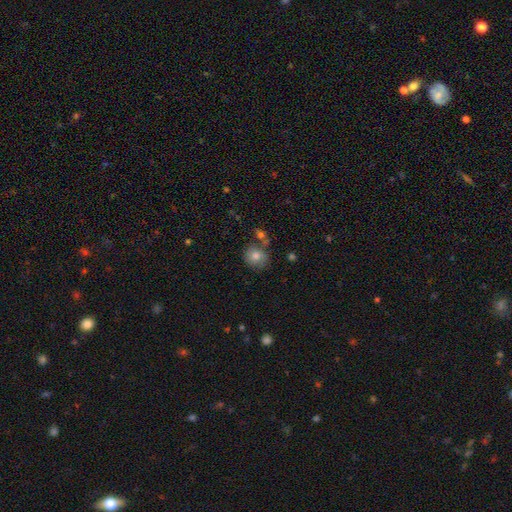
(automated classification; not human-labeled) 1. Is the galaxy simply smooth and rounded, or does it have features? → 78% smooth, 13% featured or disk, 9% star or artifact.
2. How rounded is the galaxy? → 82% round, 17% in between, 1% cigar-shaped.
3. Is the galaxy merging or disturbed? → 66% none, 15% minor disturbance, 14% merger, 5% major disturbance.